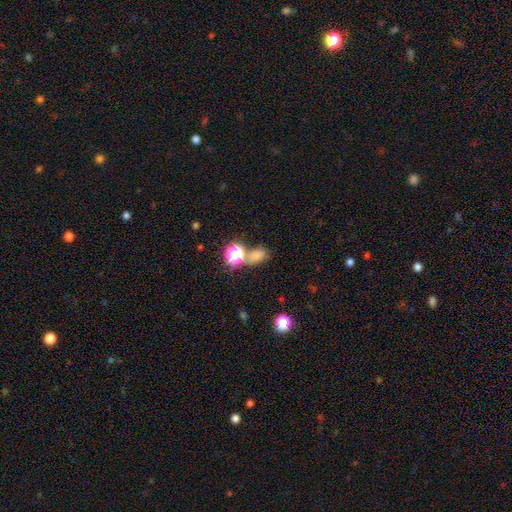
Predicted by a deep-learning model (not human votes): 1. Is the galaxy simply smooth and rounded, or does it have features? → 68% smooth, 25% star or artifact, 7% featured or disk.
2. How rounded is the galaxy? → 61% in between, 37% round, 2% cigar-shaped.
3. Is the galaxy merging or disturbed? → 56% none, 25% merger, 13% minor disturbance, 6% major disturbance.